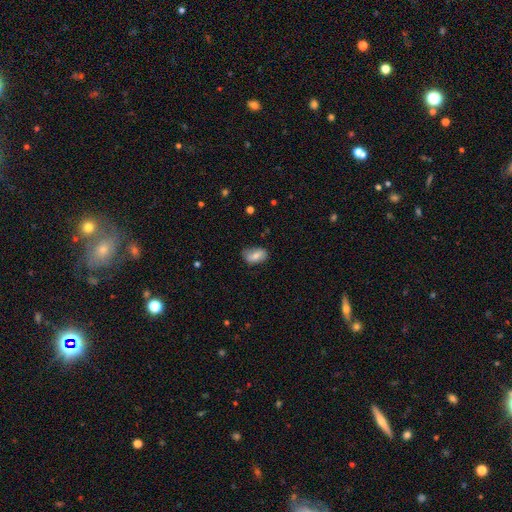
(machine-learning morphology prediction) Smooth or featured?
  - smooth: 71% *
  - featured or disk: 22%
  - star or artifact: 8%
How rounded?
  - in between: 89% *
  - round: 9%
  - cigar-shaped: 2%
Merging?
  - none: 67% *
  - minor disturbance: 26%
  - major disturbance: 5%
  - merger: 1%